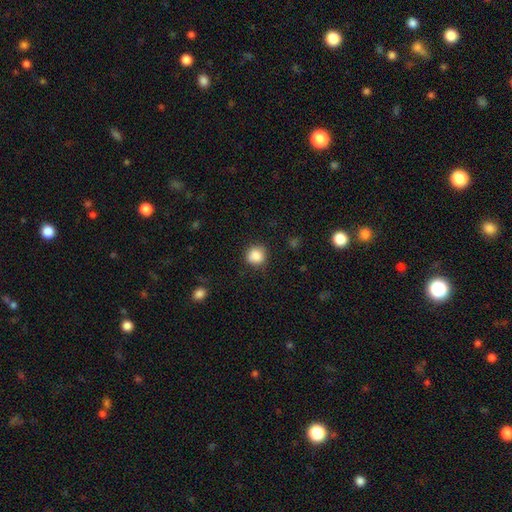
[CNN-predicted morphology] The model was most divided on "merging": none: 81%, minor disturbance: 13%, major disturbance: 3%, merger: 2%. More confident: how rounded — round (86%); smooth or featured — smooth (85%).